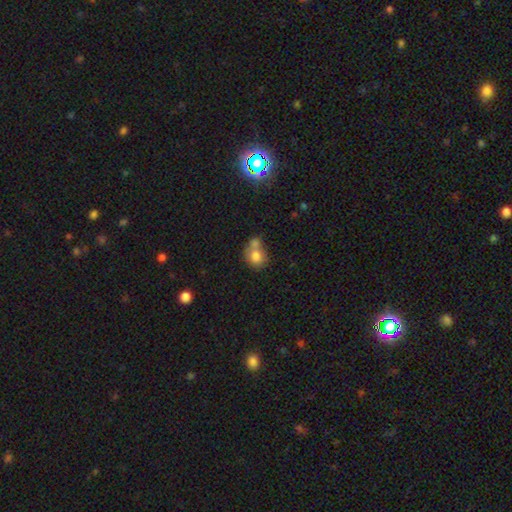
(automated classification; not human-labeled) Q: Smooth or featured?
A: smooth (76%); runner-up: featured or disk (15%)
Q: How rounded?
A: round (68%); runner-up: in between (31%)
Q: Merging?
A: merger (51%); runner-up: none (32%)